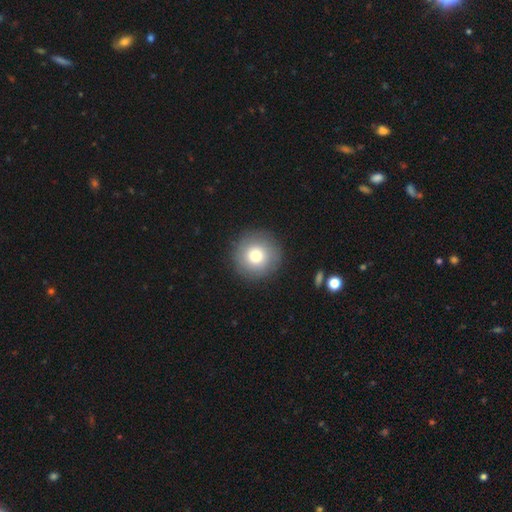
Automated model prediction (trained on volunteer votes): smooth 79%, featured or disk 12%, star or artifact 9%. Down the decision tree: how rounded — round (96%); merging — none (90%).